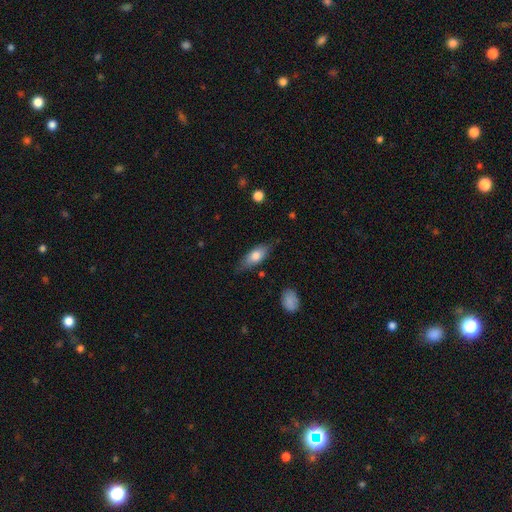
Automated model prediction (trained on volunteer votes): This appears to be a smooth galaxy with no disk features (72%) that is in between round and cigar-shaped (77%). Merging: none (71%).